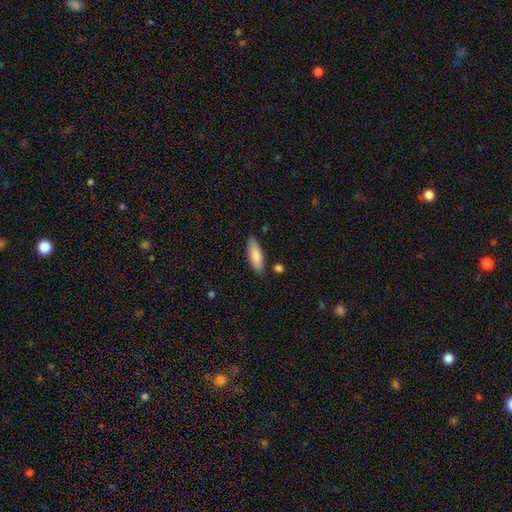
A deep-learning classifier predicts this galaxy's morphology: Smooth or featured?
  - smooth: 82% *
  - featured or disk: 12%
  - star or artifact: 6%
How rounded?
  - in between: 54% *
  - cigar-shaped: 44%
  - round: 2%
Merging?
  - none: 84% *
  - minor disturbance: 11%
  - merger: 3%
  - major disturbance: 2%